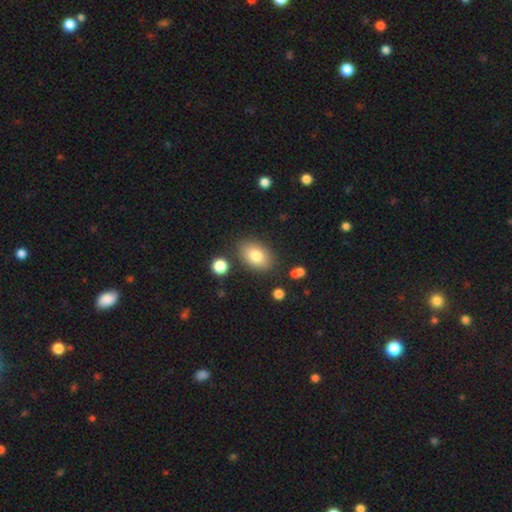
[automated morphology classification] The model was most divided on "smooth or featured": smooth: 81%, featured or disk: 11%, star or artifact: 8%. More confident: how rounded — in between (86%); merging — none (81%).